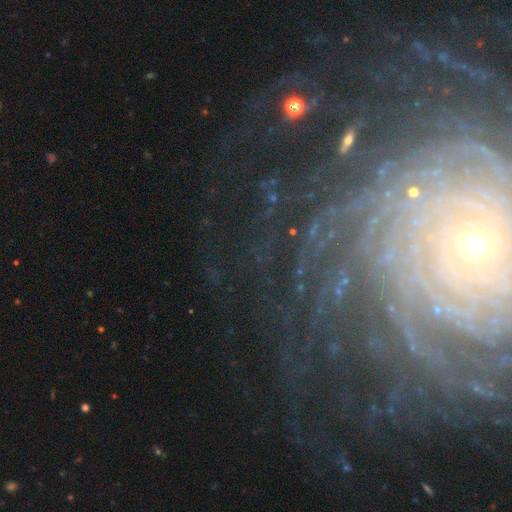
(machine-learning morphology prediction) Smooth or featured?
  - featured or disk: 75% *
  - star or artifact: 16%
  - smooth: 9%
Edge-on disk?
  - no: 94% *
  - yes: 6%
Bar?
  - no: 59% *
  - weak: 23%
  - strong: 18%
Spiral arms?
  - yes: 95% *
  - no: 5%
Spiral winding?
  - tight: 81% *
  - medium: 14%
  - loose: 5%
Spiral arm count?
  - more than 4: 33% *
  - can't tell: 22%
  - 4: 14%
  - 3: 11%
  - 2: 11%
  - 1: 10%
Bulge size?
  - small: 78% *
  - moderate: 14%
  - none: 3%
  - large: 3%
  - dominant: 2%
Merging?
  - none: 77% *
  - minor disturbance: 12%
  - major disturbance: 9%
  - merger: 2%